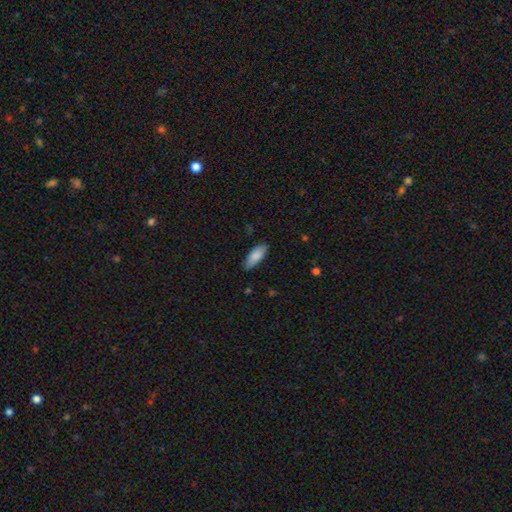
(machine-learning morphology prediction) The model was most divided on "how rounded": in between: 78%, cigar-shaped: 21%, round: 2%. More confident: smooth or featured — smooth (87%); merging — none (84%).